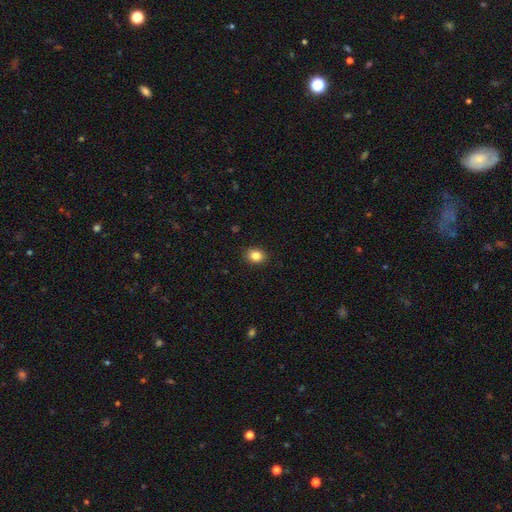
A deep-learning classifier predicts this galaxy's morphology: type=smooth (85%); roundness=in between (52%); merging=none (89%).